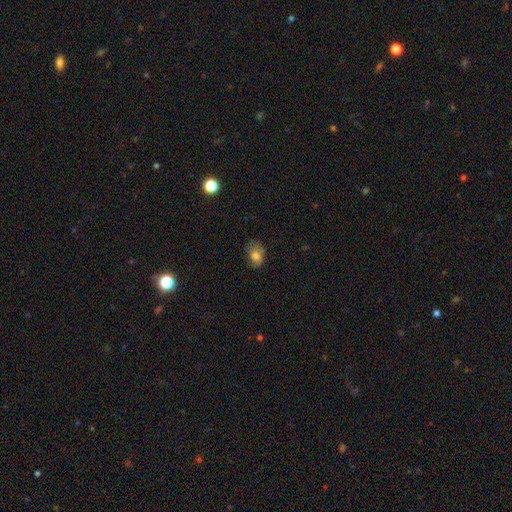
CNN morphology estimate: A smooth galaxy with no disk features (77%) that is in between round and cigar-shaped (77%).

Vote fractions:
- Smooth or featured? smooth: 77% / featured or disk: 13% / star or artifact: 10%
- How rounded? in between: 77% / round: 21% / cigar-shaped: 1%
- Merging? none: 55% / minor disturbance: 31% / major disturbance: 12% / merger: 2%